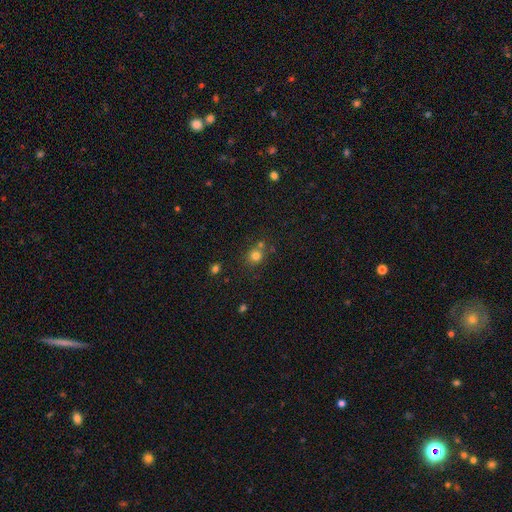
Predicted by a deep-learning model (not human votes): A smooth galaxy with no disk features (76%) that is round (84%). Merging: none (62%).